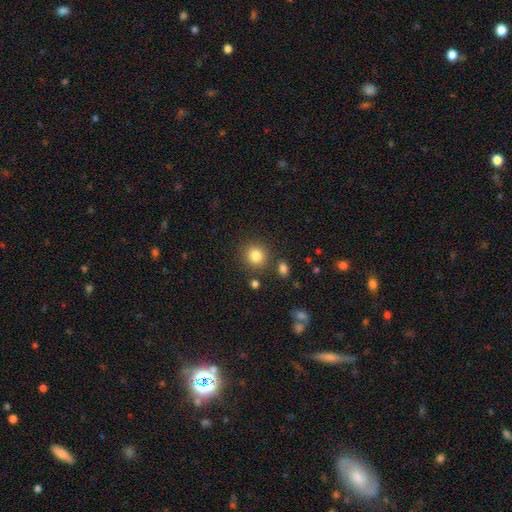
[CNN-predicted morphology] The model was most divided on "smooth or featured": smooth: 84%, star or artifact: 10%, featured or disk: 6%. More confident: how rounded — round (89%); merging — none (83%).